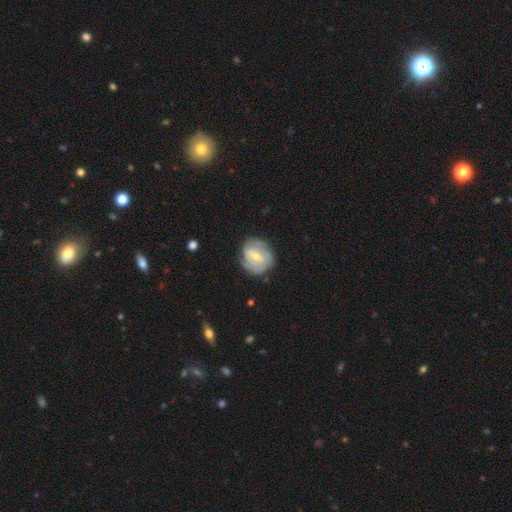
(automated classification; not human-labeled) smooth_or_featured: featured or disk (p=0.64) [alt: smooth p=0.30]
disk_edge_on: no (p=0.97) [alt: yes p=0.03]
bar: weak (p=0.52) [alt: no p=0.33]
has_spiral_arms: yes (p=0.77) [alt: no p=0.23]
bulge_size: small (p=0.53) [alt: moderate p=0.43]
merging: none (p=0.72) [alt: minor disturbance p=0.20]